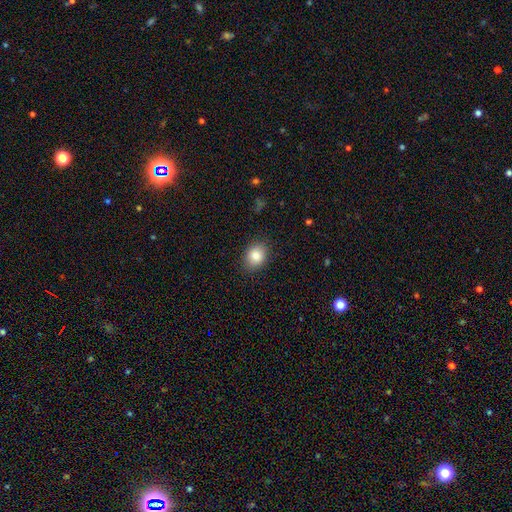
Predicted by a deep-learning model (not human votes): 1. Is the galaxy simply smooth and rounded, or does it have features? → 85% smooth, 9% star or artifact, 6% featured or disk.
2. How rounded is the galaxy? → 56% in between, 43% round, 1% cigar-shaped.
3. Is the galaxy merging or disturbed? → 86% none, 10% minor disturbance, 3% major disturbance, 1% merger.